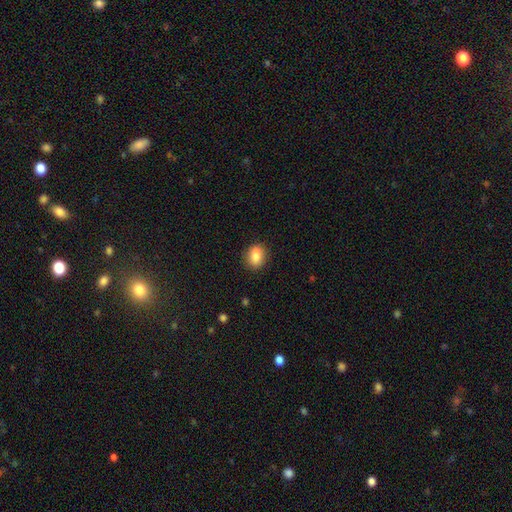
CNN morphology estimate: Smooth or featured?
  - smooth: 81% *
  - featured or disk: 11%
  - star or artifact: 8%
How rounded?
  - in between: 56% *
  - round: 41%
  - cigar-shaped: 2%
Merging?
  - none: 84% *
  - minor disturbance: 11%
  - major disturbance: 3%
  - merger: 2%